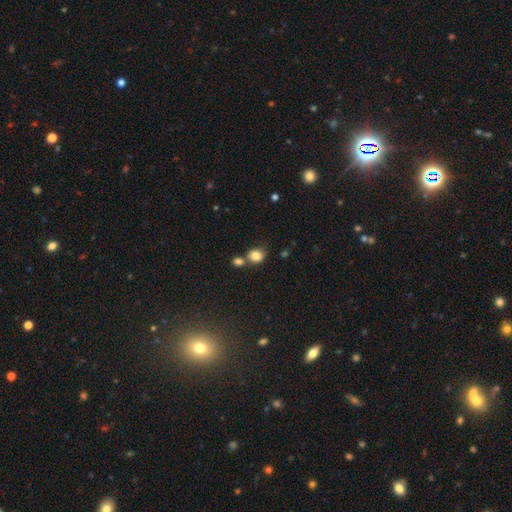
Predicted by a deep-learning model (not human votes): Overall: smooth (83%). How rounded: round (71%). Merging: none (51%; merger 33%).